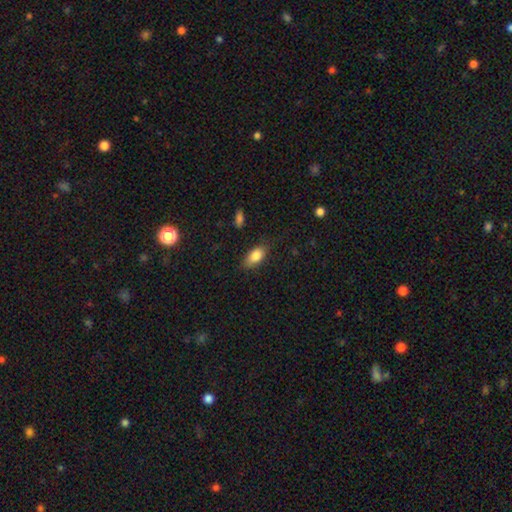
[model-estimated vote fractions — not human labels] This is clearly a smooth galaxy (83%). How rounded: clearly in between (88%). Merging: likely none (78%).